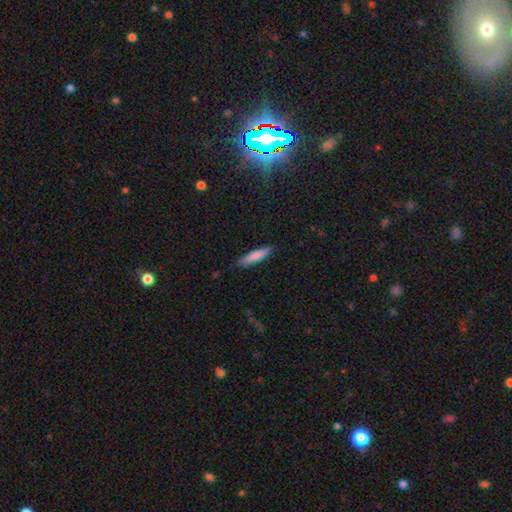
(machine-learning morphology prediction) smooth_or_featured: smooth (p=0.78) [alt: featured or disk p=0.16]
how_rounded: cigar-shaped (p=0.84) [alt: in between p=0.15]
merging: none (p=0.84) [alt: minor disturbance p=0.13]